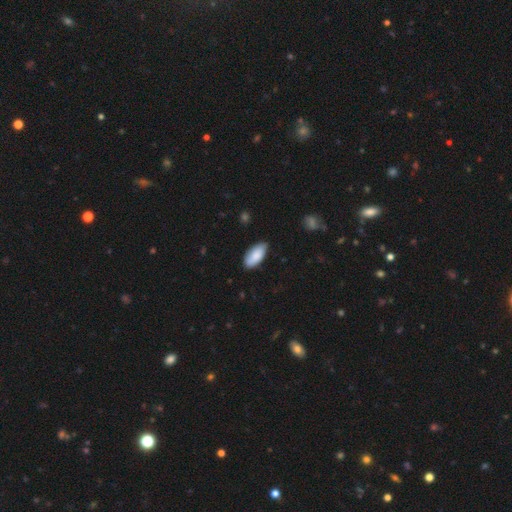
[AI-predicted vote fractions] Overall: smooth (86%). How rounded: in between (91%). Merging: none (78%).